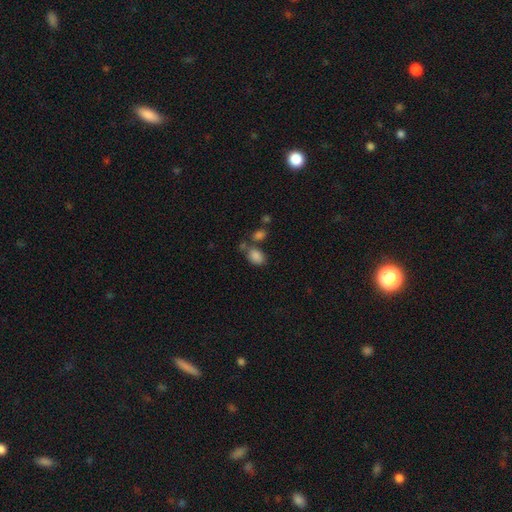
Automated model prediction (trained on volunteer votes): The model was most divided on "merging": none: 56%, merger: 24%, minor disturbance: 15%, major disturbance: 6%. More confident: smooth or featured — smooth (85%); how rounded — in between (84%).